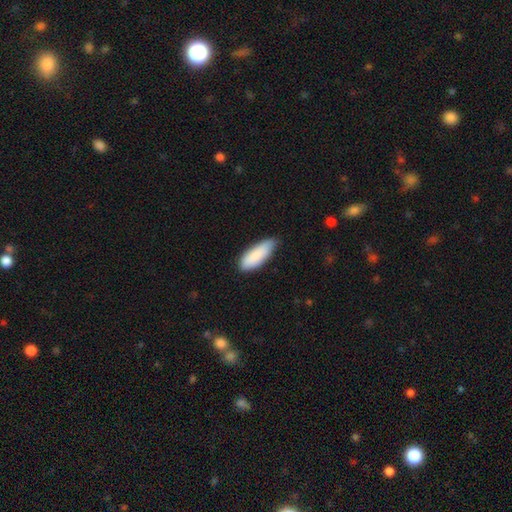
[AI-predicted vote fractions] Smooth or featured? smooth (87%)
How rounded? in between (71%)
Merging? none (69%)